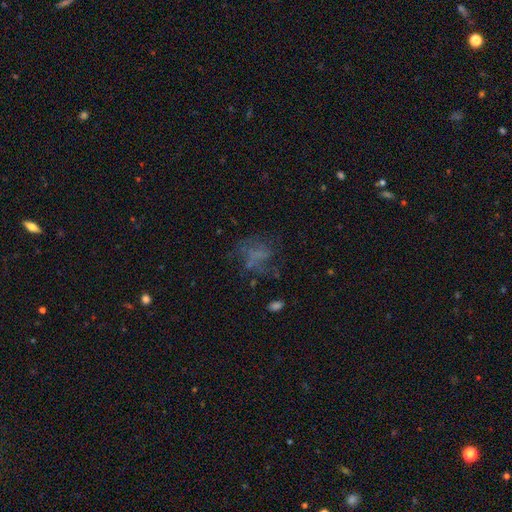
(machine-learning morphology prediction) A featured or disk galaxy (42%).

Vote fractions:
- Smooth or featured? featured or disk: 42% / smooth: 36% / star or artifact: 22%
- Merging? none: 48% / major disturbance: 29% / minor disturbance: 19% / merger: 4%